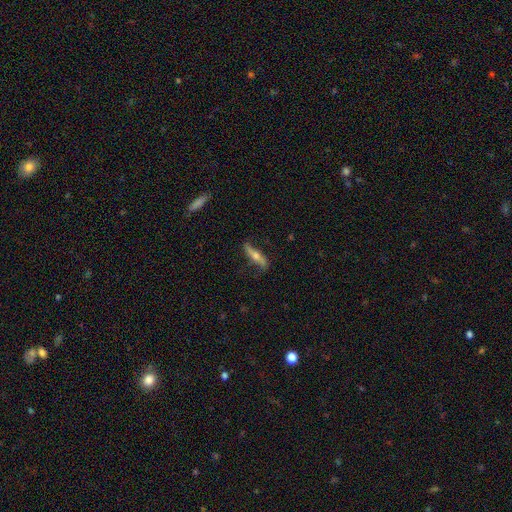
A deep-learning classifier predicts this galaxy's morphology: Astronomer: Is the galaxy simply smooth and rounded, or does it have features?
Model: featured or disk — 64%.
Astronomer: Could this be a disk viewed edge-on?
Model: yes — 62% (runner-up: no, 38%).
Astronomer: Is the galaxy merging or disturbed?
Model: none — 76%.